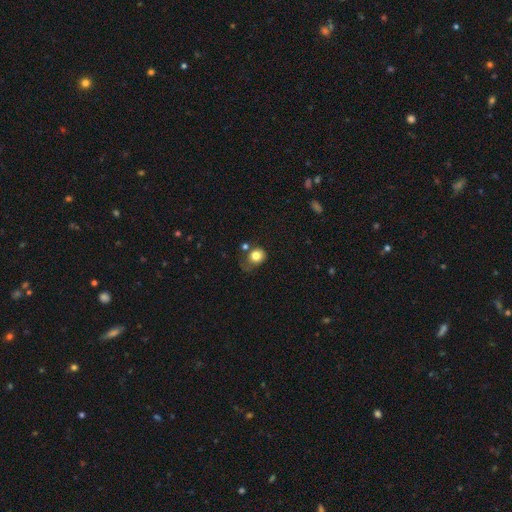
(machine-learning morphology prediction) Smooth or featured? Predicted: smooth (p=0.80). How rounded? Predicted: round (p=0.72). Merging? Predicted: none (p=0.44).